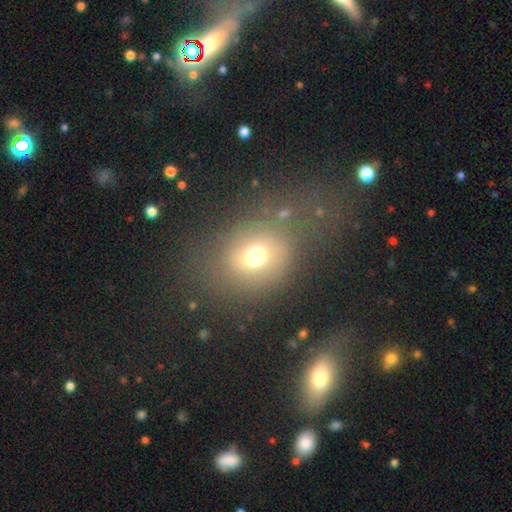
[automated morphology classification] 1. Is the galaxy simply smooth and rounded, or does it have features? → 66% smooth, 18% star or artifact, 17% featured or disk.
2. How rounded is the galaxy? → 51% round, 47% in between, 1% cigar-shaped.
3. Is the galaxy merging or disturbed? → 55% none, 17% minor disturbance, 15% major disturbance, 13% merger.